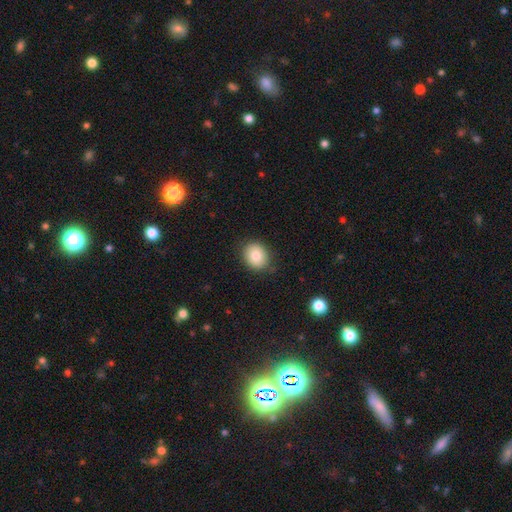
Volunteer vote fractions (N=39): Overall: smooth (82%). How rounded: round (62%; in between 38%). Merging: none (77%).